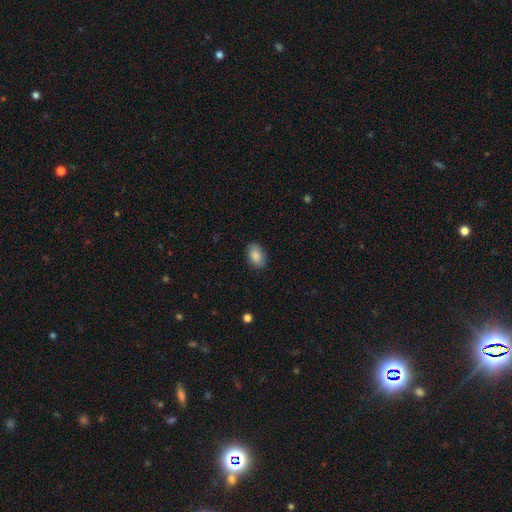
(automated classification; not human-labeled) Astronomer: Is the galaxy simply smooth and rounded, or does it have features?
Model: smooth — 86%.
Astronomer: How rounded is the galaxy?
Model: in between — 88%.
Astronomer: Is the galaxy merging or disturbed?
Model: none — 85%.